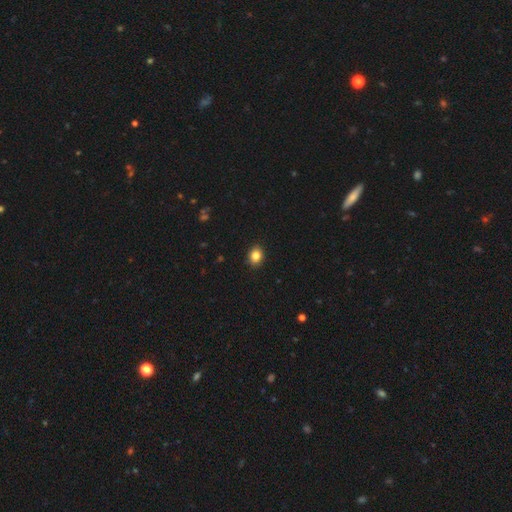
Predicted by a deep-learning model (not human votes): Q: Smooth or featured?
A: smooth (85%); runner-up: star or artifact (10%)
Q: How rounded?
A: in between (52%); runner-up: round (47%)
Q: Merging?
A: none (90%); runner-up: minor disturbance (7%)